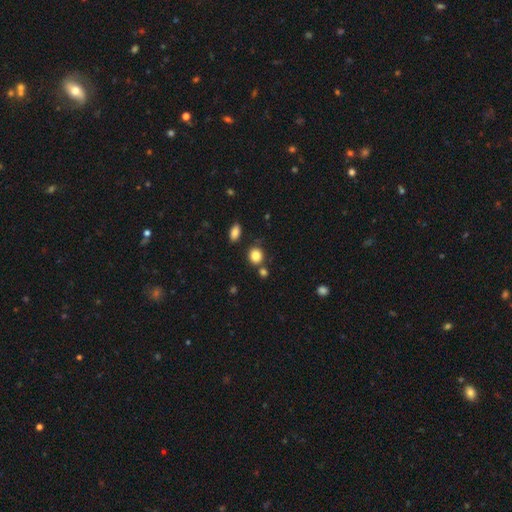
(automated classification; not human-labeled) Smooth or featured?
  - smooth: 84% *
  - star or artifact: 11%
  - featured or disk: 5%
How rounded?
  - round: 77% *
  - in between: 22%
  - cigar-shaped: 1%
Merging?
  - none: 76% *
  - minor disturbance: 11%
  - merger: 10%
  - major disturbance: 3%